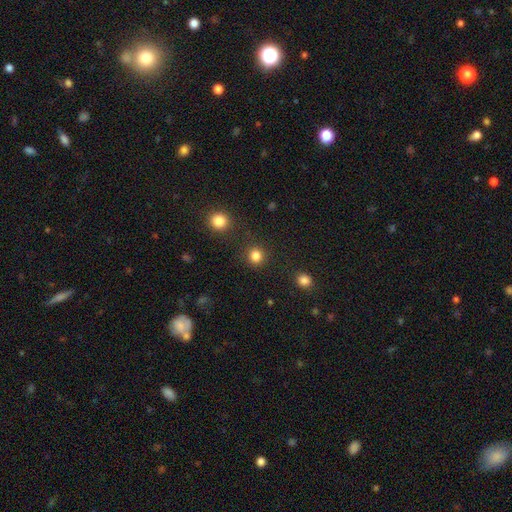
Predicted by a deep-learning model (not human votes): This is clearly a smooth galaxy (84%). How rounded: clearly round (90%). Merging: clearly none (89%).